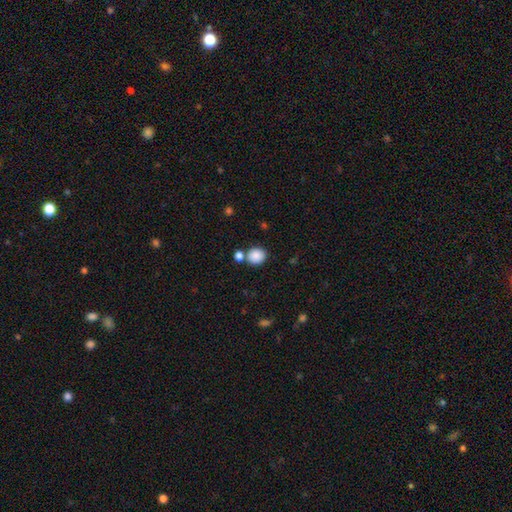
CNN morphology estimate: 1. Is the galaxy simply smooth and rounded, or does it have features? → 87% smooth, 9% star or artifact, 4% featured or disk.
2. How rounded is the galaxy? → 77% round, 22% in between, 1% cigar-shaped.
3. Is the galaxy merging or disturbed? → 69% none, 18% merger, 10% minor disturbance, 3% major disturbance.